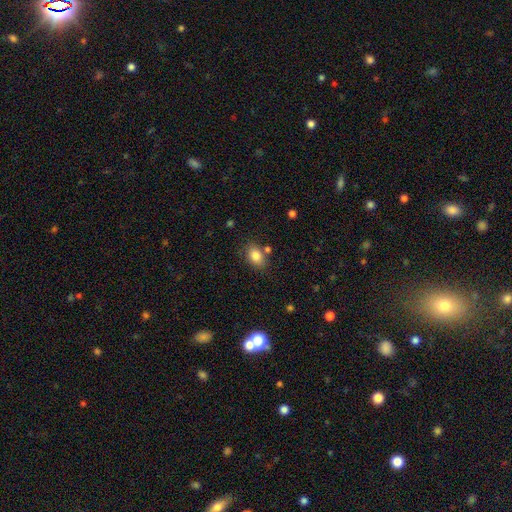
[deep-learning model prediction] This is clearly a smooth galaxy (83%). How rounded: likely in between (76%). Merging: likely none (74%).